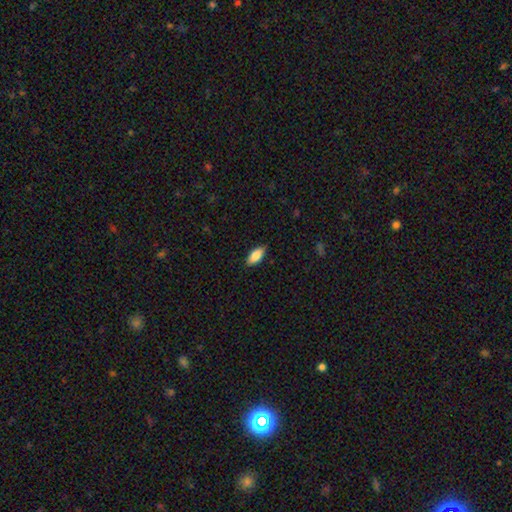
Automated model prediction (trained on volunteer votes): A smooth galaxy with no disk features (82%) that is in between round and cigar-shaped (86%).

Vote fractions:
- Smooth or featured? smooth: 82% / featured or disk: 12% / star or artifact: 6%
- How rounded? in between: 86% / cigar-shaped: 12% / round: 2%
- Merging? none: 86% / minor disturbance: 11% / major disturbance: 2% / merger: 1%